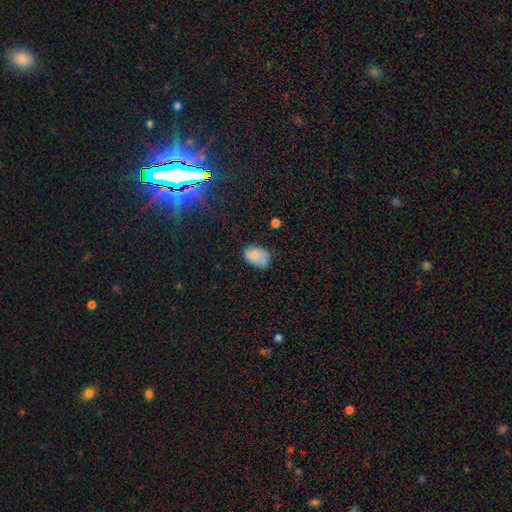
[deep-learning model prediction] The model was most divided on "merging": none: 60%, minor disturbance: 30%, major disturbance: 8%, merger: 3%. More confident: how rounded — in between (84%); smooth or featured — smooth (74%).